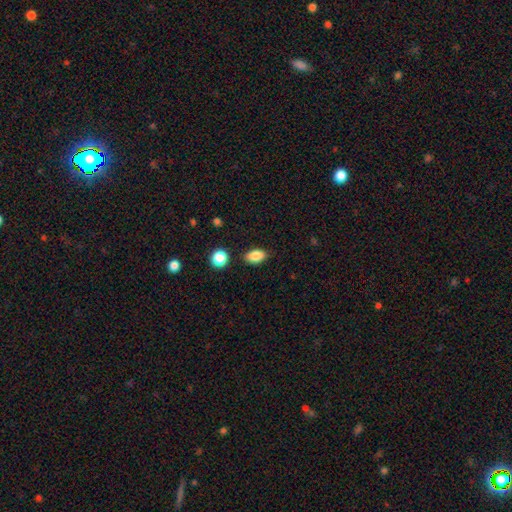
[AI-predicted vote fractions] smooth-or-featured: smooth: 86% | star or artifact: 9% | featured or disk: 6%
  how-rounded: in between: 88% | round: 9% | cigar-shaped: 3%
  merging: none: 84% | minor disturbance: 11% | major disturbance: 3% | merger: 2%